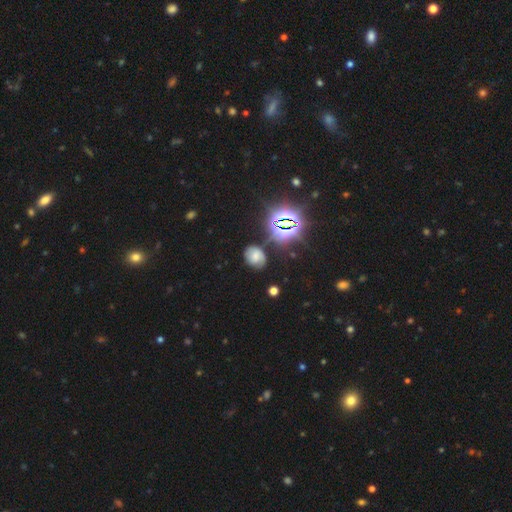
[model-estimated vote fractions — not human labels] This is possibly a smooth galaxy (48%). Merging: likely none (67%).